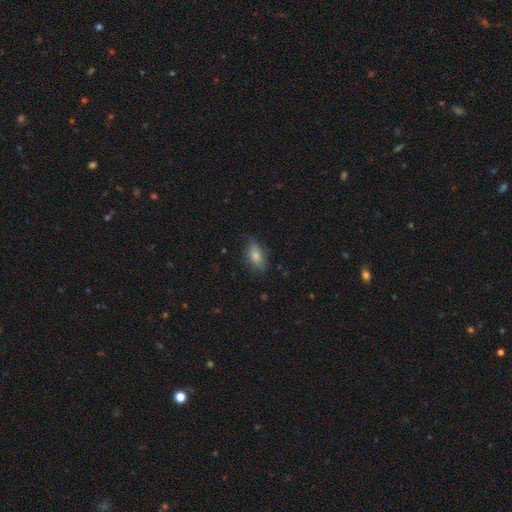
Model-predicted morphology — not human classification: This is likely a smooth galaxy (79%). How rounded: clearly in between (88%). Merging: likely none (72%).